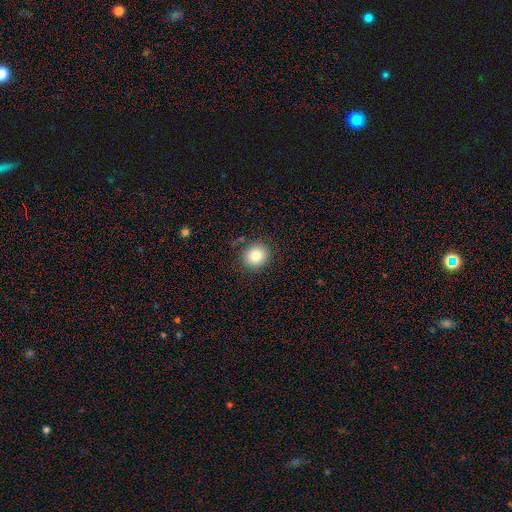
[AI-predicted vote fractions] The model was most divided on "how rounded": round: 84%, in between: 15%, cigar-shaped: 1%. More confident: merging — none (86%); smooth or featured — smooth (82%).